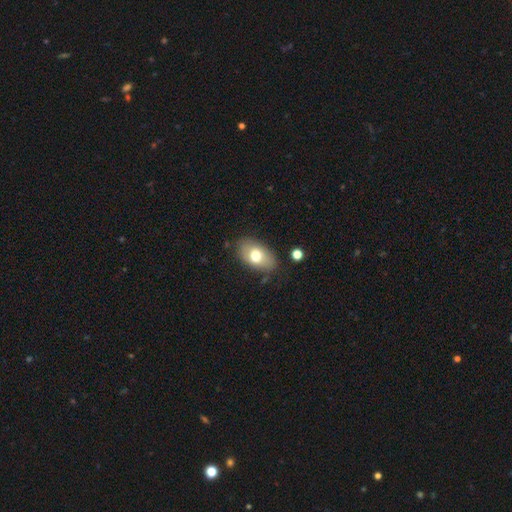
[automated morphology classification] type=smooth (72%); roundness=in between (91%); merging=none (79%).